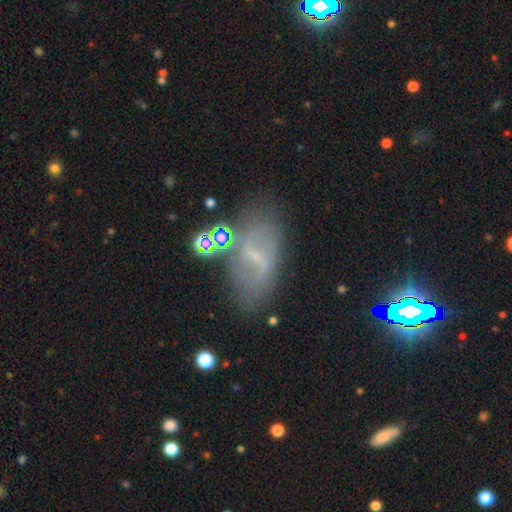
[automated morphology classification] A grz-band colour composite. It shows a featured or disk galaxy (59%) with a weak bar (46%), spiral arms (52%) and a small central bulge (49%). Merging: none (61%).